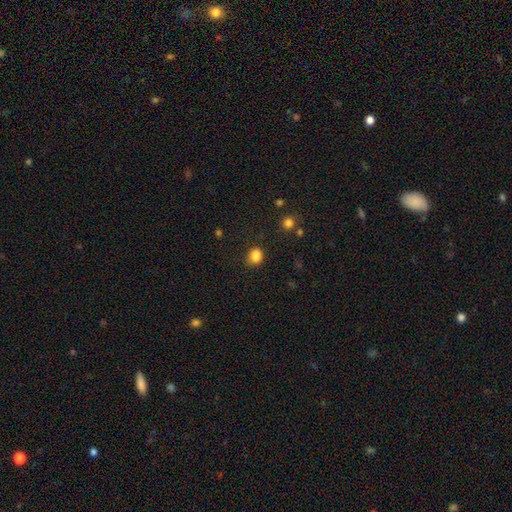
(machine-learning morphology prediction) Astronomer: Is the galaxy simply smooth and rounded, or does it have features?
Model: smooth — 85%.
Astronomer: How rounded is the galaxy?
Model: round — 59% (runner-up: in between, 40%).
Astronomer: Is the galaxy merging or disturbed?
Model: none — 75%.